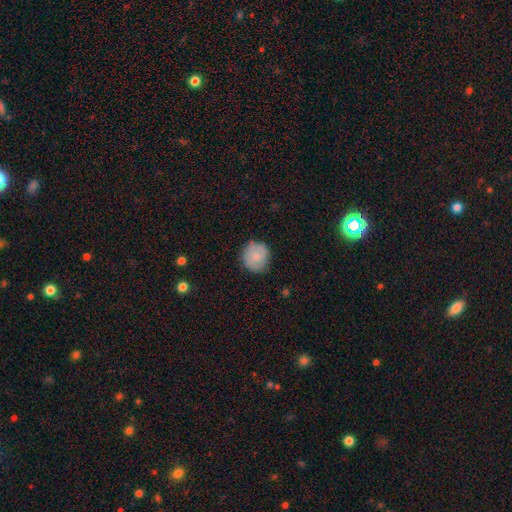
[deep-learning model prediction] Q: Smooth or featured?
A: smooth (80%); runner-up: featured or disk (13%)
Q: How rounded?
A: round (88%); runner-up: in between (11%)
Q: Merging?
A: none (81%); runner-up: minor disturbance (15%)